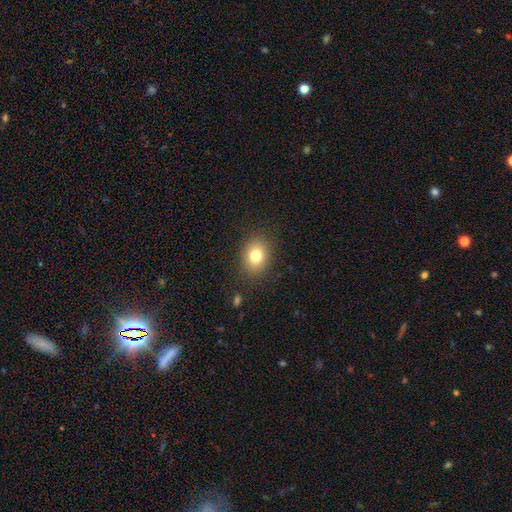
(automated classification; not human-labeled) smooth 79%, star or artifact 11%, featured or disk 10%. Down the decision tree: how rounded — in between (56%); merging — none (86%).